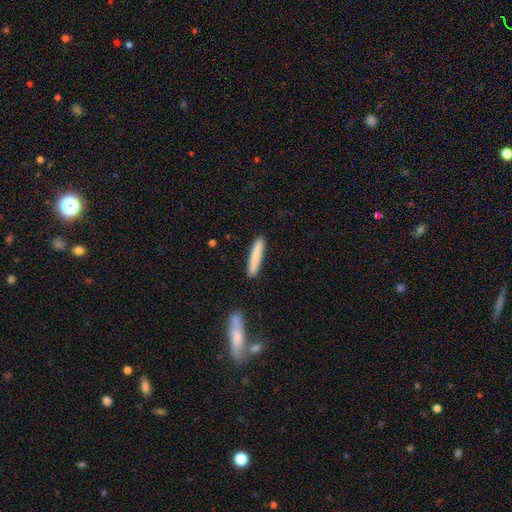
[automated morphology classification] smooth_or_featured: smooth (p=0.82) [alt: featured or disk p=0.13]
how_rounded: cigar-shaped (p=0.92) [alt: in between p=0.06]
merging: none (p=0.90) [alt: minor disturbance p=0.07]